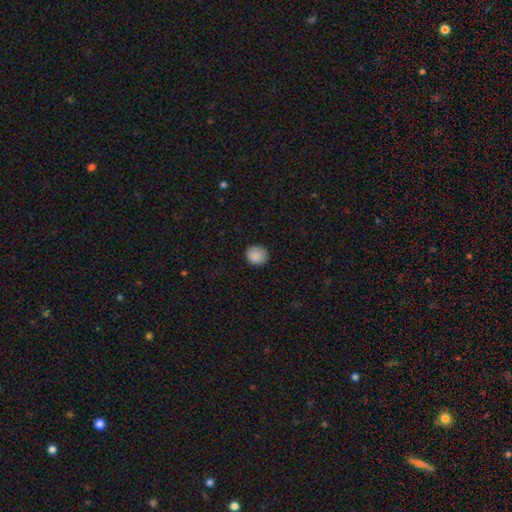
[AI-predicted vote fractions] Smooth or featured?
  - smooth: 89% *
  - star or artifact: 8%
  - featured or disk: 3%
How rounded?
  - round: 87% *
  - in between: 12%
  - cigar-shaped: 1%
Merging?
  - none: 88% *
  - minor disturbance: 9%
  - major disturbance: 2%
  - merger: 1%